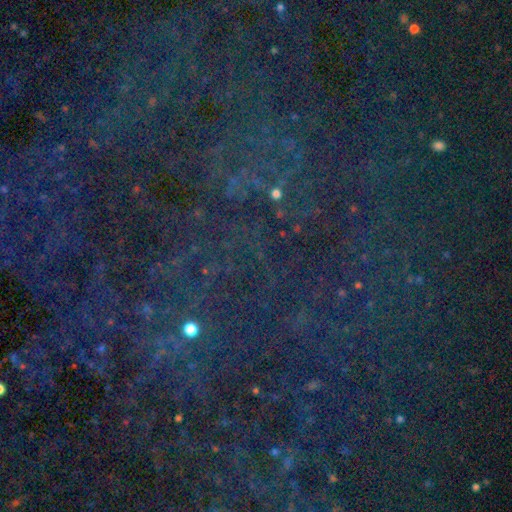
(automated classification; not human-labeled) Smooth or featured: star or artifact — 82% (smooth — 11%)